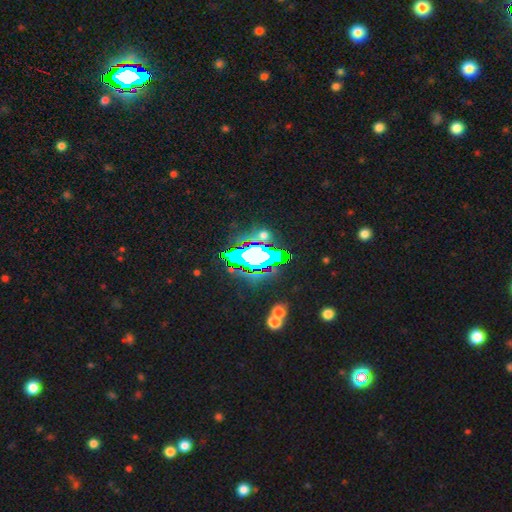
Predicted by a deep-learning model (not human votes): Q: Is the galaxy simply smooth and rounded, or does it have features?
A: star or artifact — 57%.